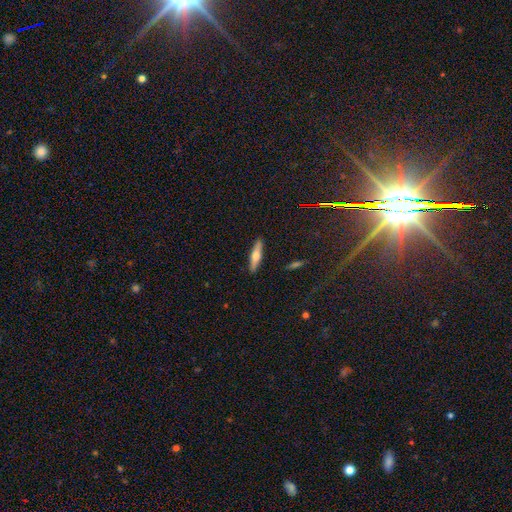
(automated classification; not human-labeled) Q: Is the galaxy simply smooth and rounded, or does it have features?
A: smooth — 49%.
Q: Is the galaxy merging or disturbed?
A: none — 91%.